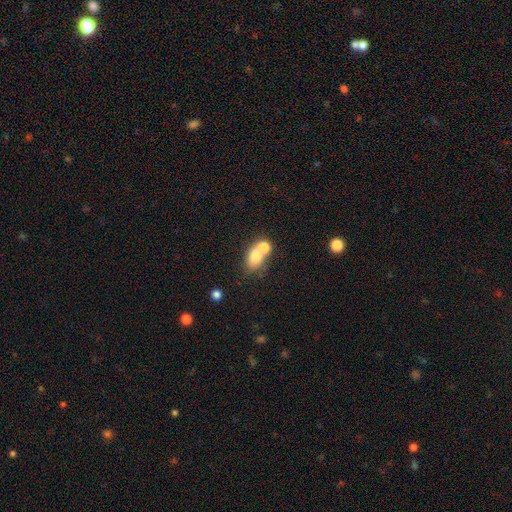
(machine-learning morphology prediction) Smooth or featured: smooth — 72% (featured or disk — 18%)
How rounded: in between — 66% (round — 32%)
Merging: merger — 60% (none — 27%)